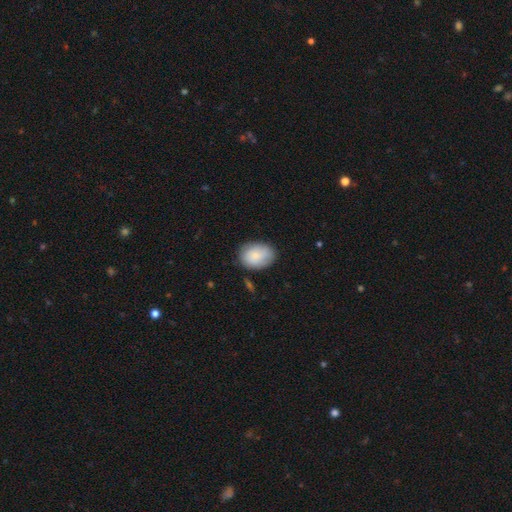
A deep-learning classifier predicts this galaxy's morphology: This appears to be a smooth galaxy with no disk features (81%) that is in between round and cigar-shaped (72%). Merging: none (74%).